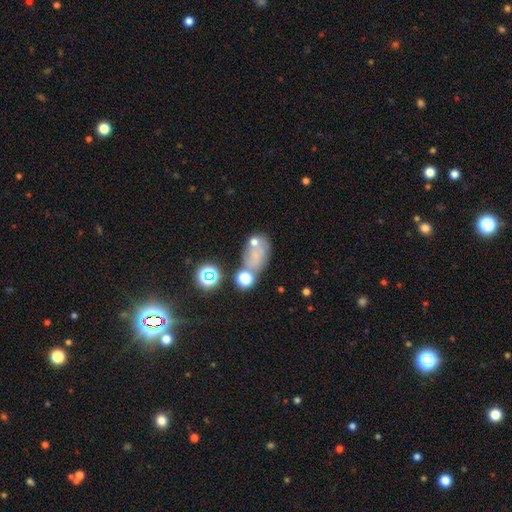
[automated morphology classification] This appears to be a smooth galaxy with no disk features (53%) that is in between round and cigar-shaped (77%). Merging: none (44%).